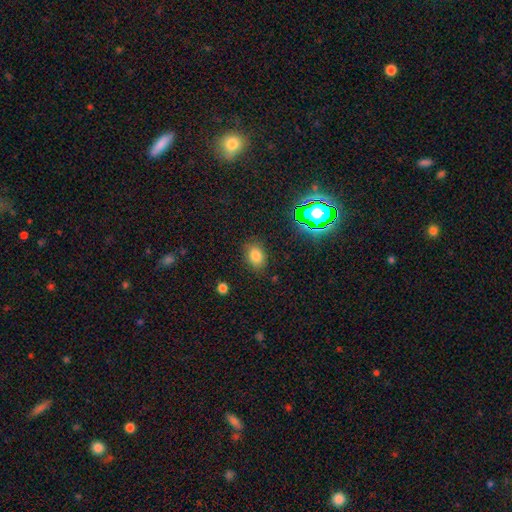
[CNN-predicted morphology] This is likely a smooth galaxy (77%). How rounded: likely in between (70%). Merging: clearly none (83%).